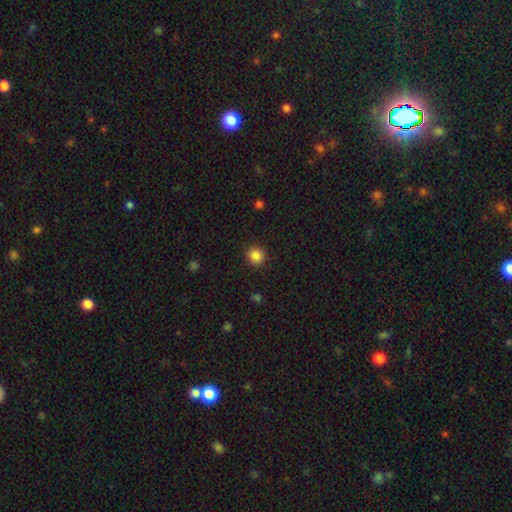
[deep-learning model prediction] Smooth or featured? Predicted: smooth (p=0.86). How rounded? Predicted: round (p=0.91). Merging? Predicted: none (p=0.91).